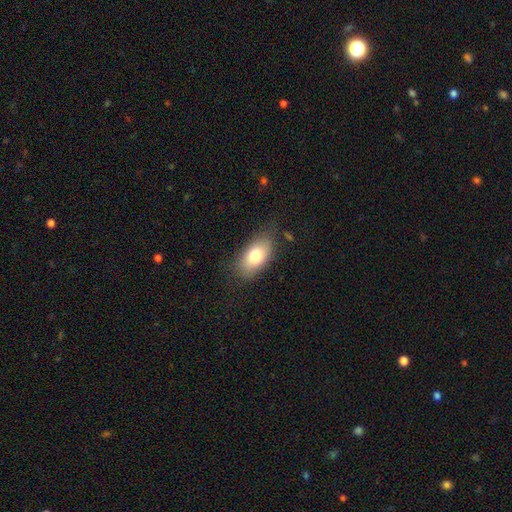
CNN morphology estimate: A smooth galaxy with no disk features (76%) that is in between round and cigar-shaped (90%). Merging: none (77%).